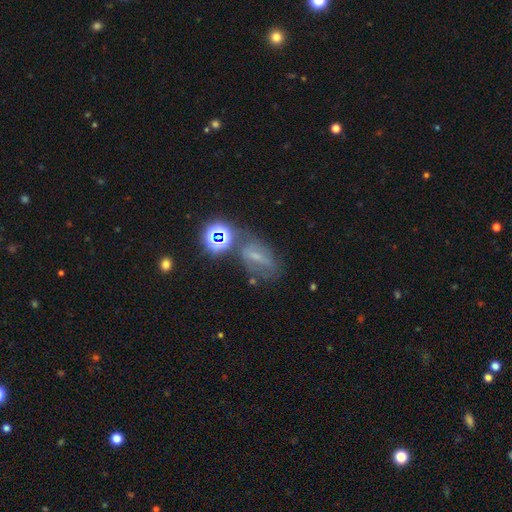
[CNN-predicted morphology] Q: Smooth or featured?
A: featured or disk (40%); runner-up: star or artifact (31%)
Q: Merging?
A: none (54%); runner-up: minor disturbance (22%)